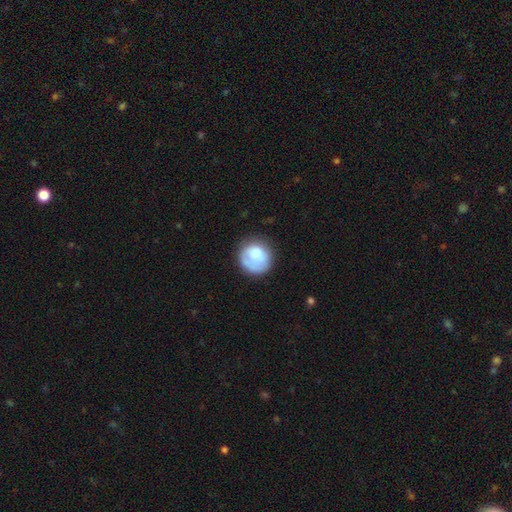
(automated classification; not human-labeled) Smooth or featured? smooth (70%)
How rounded? round (87%)
Merging? none (66%)